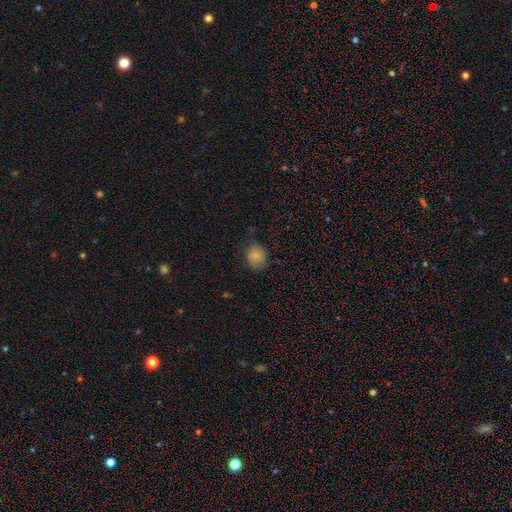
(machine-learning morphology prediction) smooth-or-featured: smooth: 83% | star or artifact: 10% | featured or disk: 7%
  how-rounded: round: 60% | in between: 39% | cigar-shaped: 1%
  merging: none: 66% | minor disturbance: 26% | major disturbance: 6% | merger: 1%